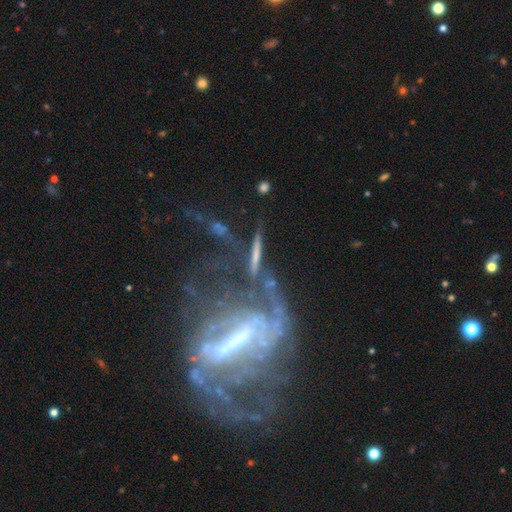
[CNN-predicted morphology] Q: Smooth or featured?
A: featured or disk (82%); runner-up: star or artifact (11%)
Q: Edge-on disk?
A: no (87%); runner-up: yes (13%)
Q: Bar?
A: strong (71%); runner-up: weak (19%)
Q: Spiral arms?
A: yes (75%); runner-up: no (25%)
Q: Spiral winding?
A: medium (38%); runner-up: tight (31%)
Q: Spiral arm count?
A: 2 (43%); runner-up: can't tell (34%)
Q: Bulge size?
A: moderate (35%); runner-up: small (34%)
Q: Merging?
A: major disturbance (39%); runner-up: none (33%)